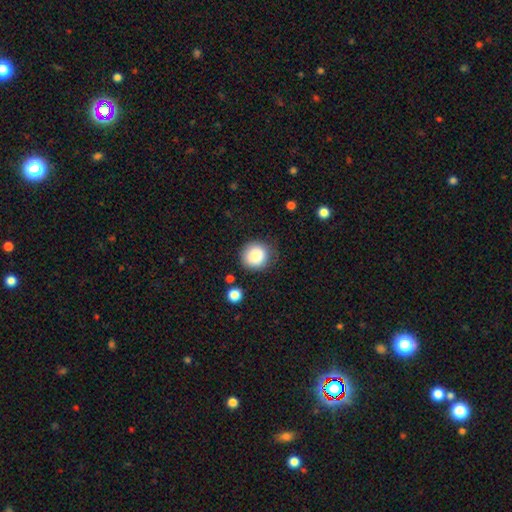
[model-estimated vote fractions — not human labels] Morphology: type=smooth (86%); roundness=round (90%); merging=none (80%).